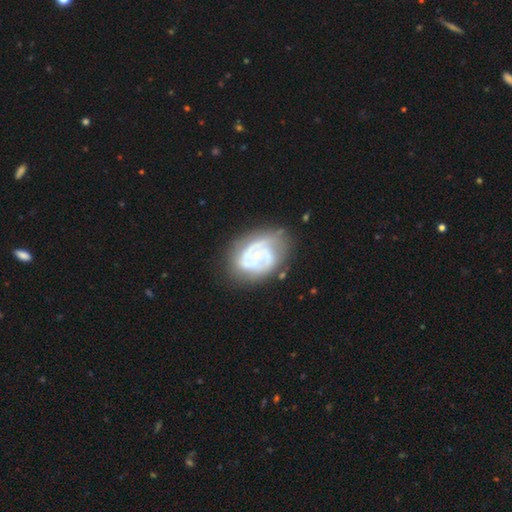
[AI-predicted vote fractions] smooth-or-featured: featured or disk: 73% | smooth: 19% | star or artifact: 8%
  disk-edge-on: no: 98% | yes: 2%
    bar: no: 68% | weak: 25% | strong: 7%
    has-spiral-arms: yes: 80% | no: 20%
      spiral-winding: tight: 54% | medium: 33% | loose: 13%
      spiral-arm-count: can't tell: 34% | 2: 31% | 3: 17% | 1: 9% | 4: 5% | more than 4: 4%
    bulge-size: small: 53% | none: 26% | moderate: 17% | large: 3% | dominant: 2%
  merging: none: 54% | minor disturbance: 24% | major disturbance: 17% | merger: 4%